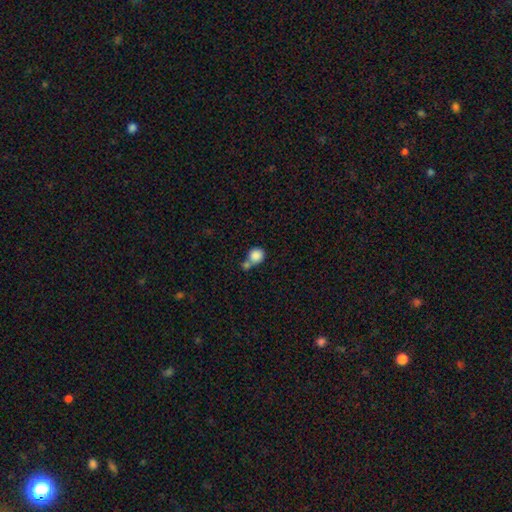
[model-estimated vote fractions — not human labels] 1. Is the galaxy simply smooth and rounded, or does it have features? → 85% smooth, 9% star or artifact, 6% featured or disk.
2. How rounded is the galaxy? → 88% round, 11% in between, 1% cigar-shaped.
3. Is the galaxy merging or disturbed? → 44% merger, 42% none, 10% minor disturbance, 4% major disturbance.